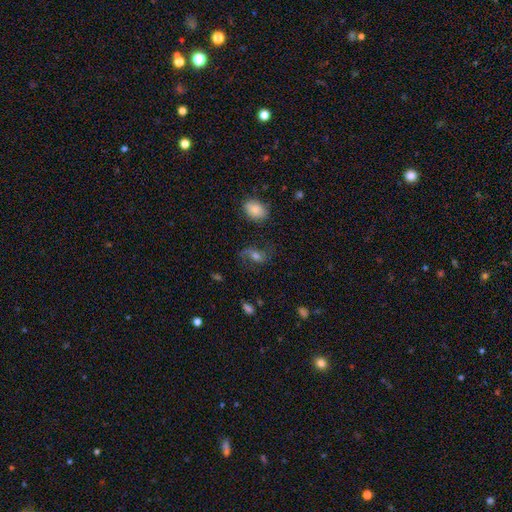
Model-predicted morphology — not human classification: type=featured or disk (52%); edge-on=no (94%); merging=none (66%).